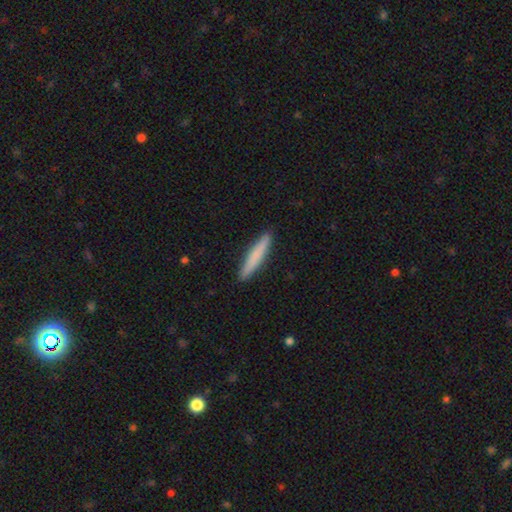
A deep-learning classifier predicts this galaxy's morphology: Smooth or featured?
  - smooth: 75% *
  - featured or disk: 19%
  - star or artifact: 5%
How rounded?
  - cigar-shaped: 94% *
  - in between: 4%
  - round: 1%
Merging?
  - none: 92% *
  - minor disturbance: 6%
  - major disturbance: 1%
  - merger: 1%